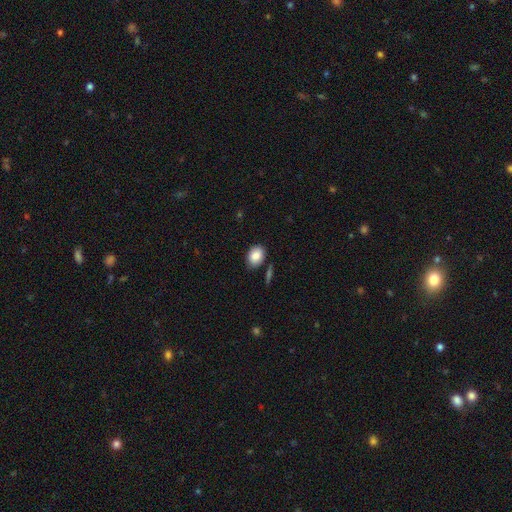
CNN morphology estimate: This appears to be a smooth galaxy with no disk features (87%) that is in between round and cigar-shaped (74%). Merging: none (80%).